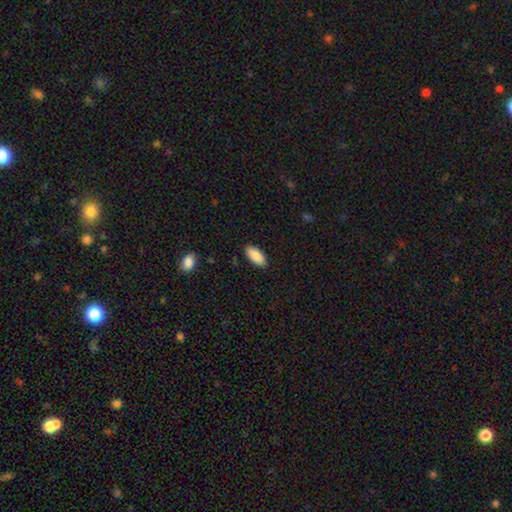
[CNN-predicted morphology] Overall: smooth (88%). How rounded: in between (91%). Merging: none (88%).